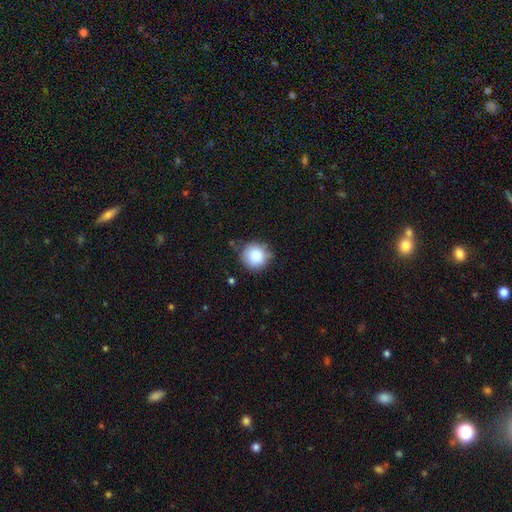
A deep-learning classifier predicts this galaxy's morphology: smooth_or_featured: smooth (p=0.87) [alt: star or artifact p=0.08]
how_rounded: round (p=0.93) [alt: in between p=0.06]
merging: none (p=0.76) [alt: minor disturbance p=0.18]